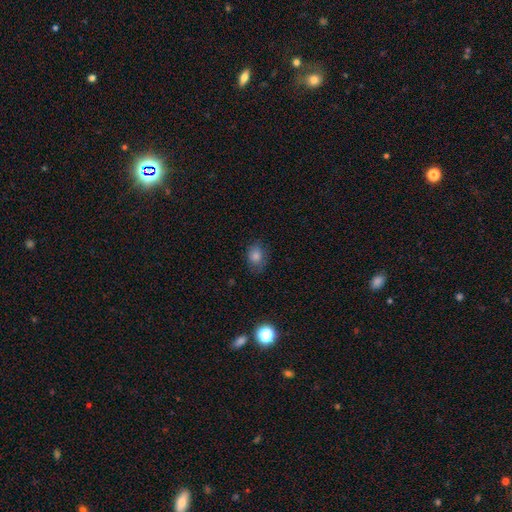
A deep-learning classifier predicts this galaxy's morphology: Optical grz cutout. It shows a smooth galaxy with no disk features (77%) that is in between round and cigar-shaped (56%). Merging: none (75%).